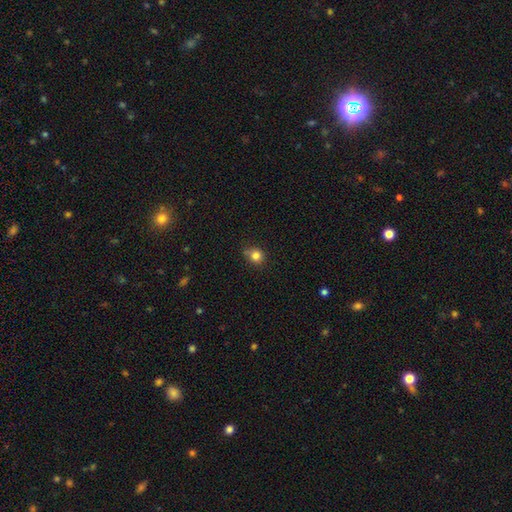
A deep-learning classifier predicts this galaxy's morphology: This is clearly a smooth galaxy (82%). How rounded: clearly round (83%). Merging: likely none (67%).